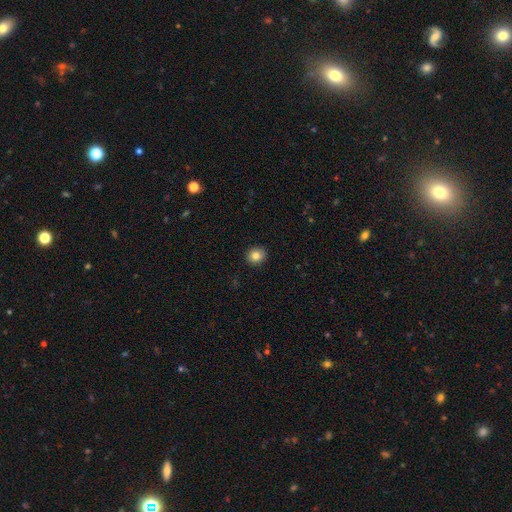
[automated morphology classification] A smooth galaxy with no disk features (83%) that is round (79%). Merging: none (91%).